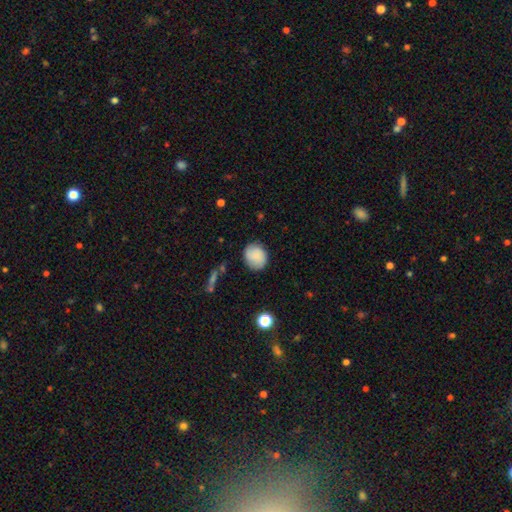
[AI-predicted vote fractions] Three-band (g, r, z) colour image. It shows a smooth galaxy with no disk features (78%) that is round (71%). Merging: none (80%).